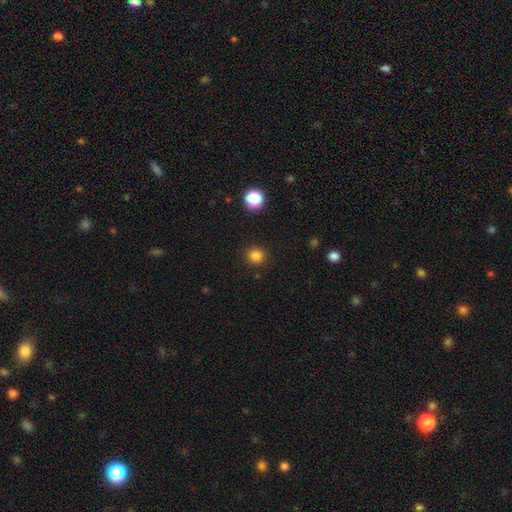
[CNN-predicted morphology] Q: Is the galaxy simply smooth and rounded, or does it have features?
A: smooth — 82%.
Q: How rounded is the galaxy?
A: round — 93%.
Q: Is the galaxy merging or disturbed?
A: none — 92%.